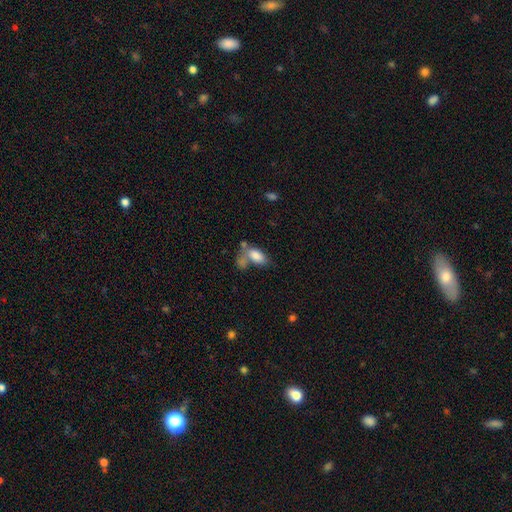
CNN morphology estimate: Smooth or featured: smooth — 81% (featured or disk — 11%)
How rounded: in between — 91% (round — 5%)
Merging: merger — 40% (none — 33%)